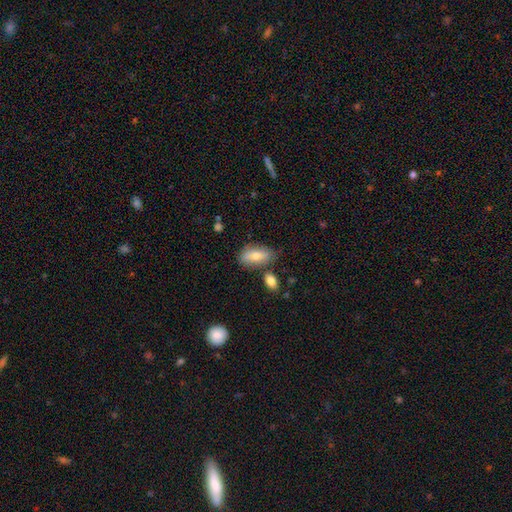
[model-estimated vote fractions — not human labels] Smooth or featured? smooth (68%)
How rounded? in between (87%)
Merging? none (71%)